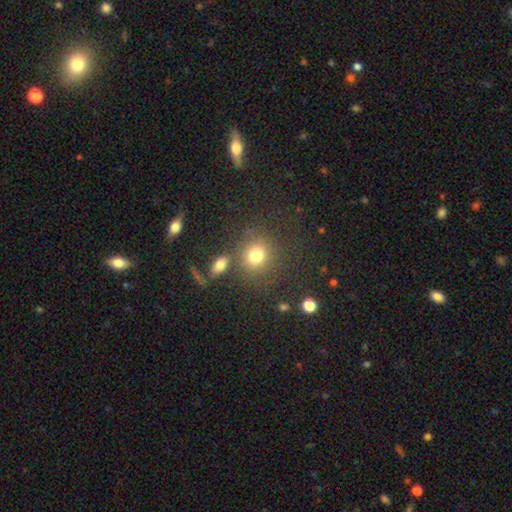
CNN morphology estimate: Smooth or featured: smooth — 78% (star or artifact — 14%)
How rounded: round — 82% (in between — 17%)
Merging: none — 73% (merger — 11%)